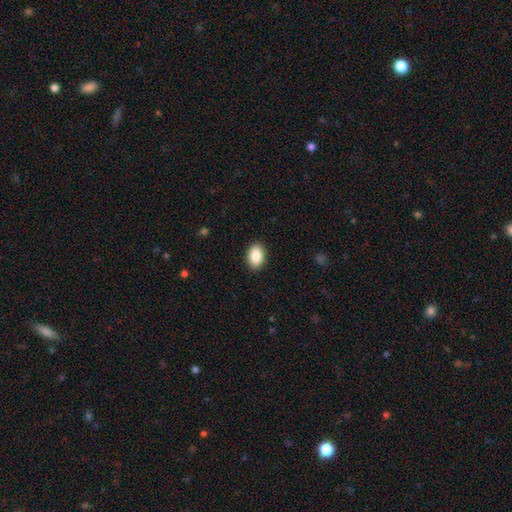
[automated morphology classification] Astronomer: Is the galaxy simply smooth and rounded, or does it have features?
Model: smooth — 88%.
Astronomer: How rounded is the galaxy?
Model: in between — 85%.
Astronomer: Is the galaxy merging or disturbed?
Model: none — 90%.